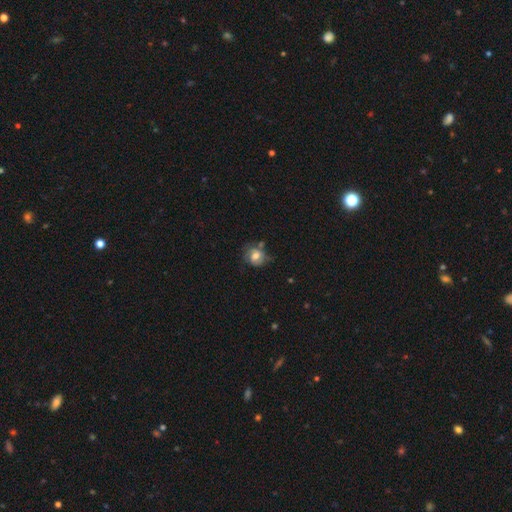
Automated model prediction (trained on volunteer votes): A smooth galaxy with no disk features (52%) that is round (68%). Merging: none (53%).